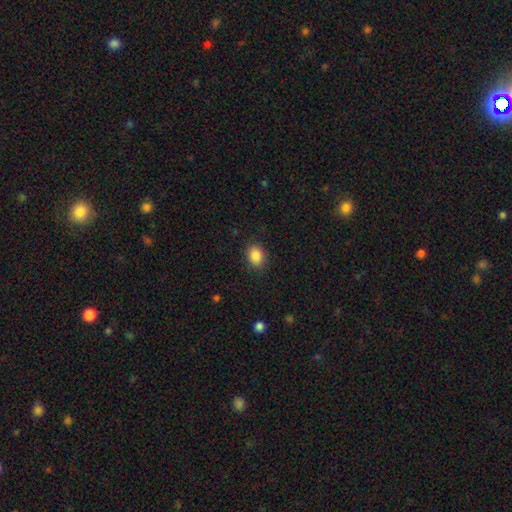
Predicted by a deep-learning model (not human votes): Smooth or featured?
  - smooth: 88% *
  - star or artifact: 8%
  - featured or disk: 4%
How rounded?
  - in between: 65% *
  - round: 34%
  - cigar-shaped: 1%
Merging?
  - none: 87% *
  - minor disturbance: 9%
  - major disturbance: 3%
  - merger: 1%